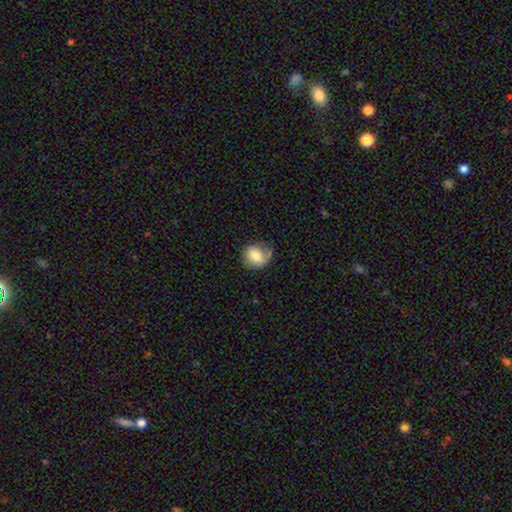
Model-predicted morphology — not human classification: smooth 75%, featured or disk 17%, star or artifact 8%. Down the decision tree: how rounded — round (67%); merging — none (51%).